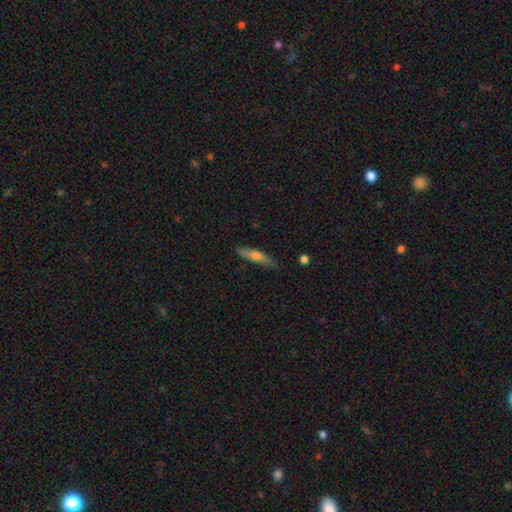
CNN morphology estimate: Smooth or featured?
  - smooth: 60% *
  - featured or disk: 33%
  - star or artifact: 7%
How rounded?
  - cigar-shaped: 83% *
  - in between: 16%
  - round: 2%
Merging?
  - none: 81% *
  - minor disturbance: 15%
  - major disturbance: 3%
  - merger: 2%